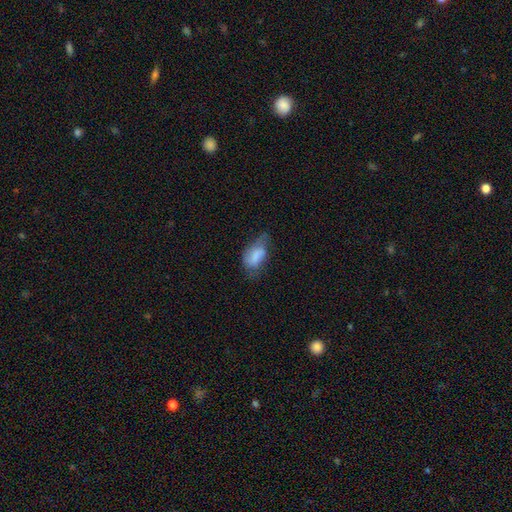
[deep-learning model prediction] smooth_or_featured: smooth (p=0.68) [alt: featured or disk p=0.24]
how_rounded: in between (p=0.91) [alt: round p=0.06]
merging: minor disturbance (p=0.38) [alt: none p=0.34]